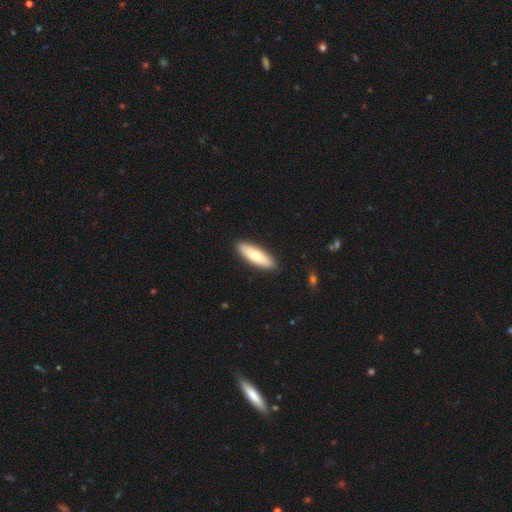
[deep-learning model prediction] A smooth galaxy with no disk features (73%) that is in between round and cigar-shaped (49%, tied with cigar-shaped).

Vote fractions:
- Smooth or featured? smooth: 73% / featured or disk: 22% / star or artifact: 5%
- How rounded? in between: 49% (tied) / cigar-shaped: 49% (tied) / round: 2%
- Merging? none: 90% / minor disturbance: 7% / major disturbance: 2% / merger: 1%